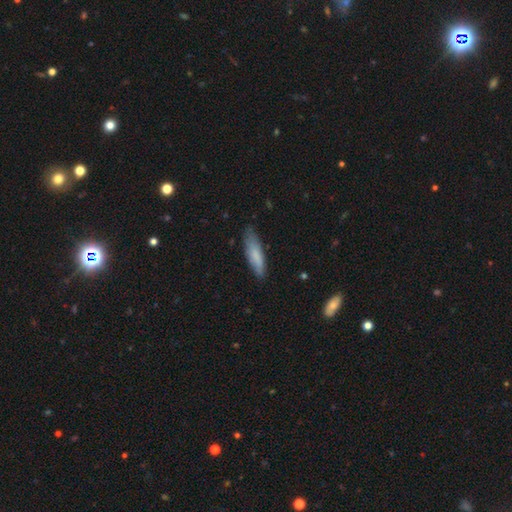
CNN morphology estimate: Overall: smooth (77%). How rounded: cigar-shaped (65%; in between 33%). Merging: none (74%).